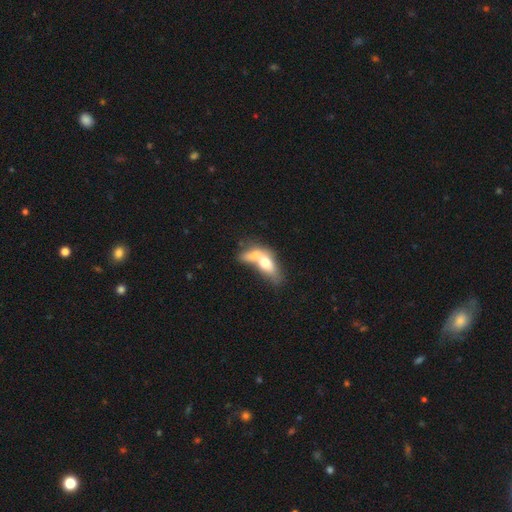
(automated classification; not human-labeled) smooth 61%, featured or disk 32%, star or artifact 7%. Down the decision tree: how rounded — in between (69%); merging — merger (77%).